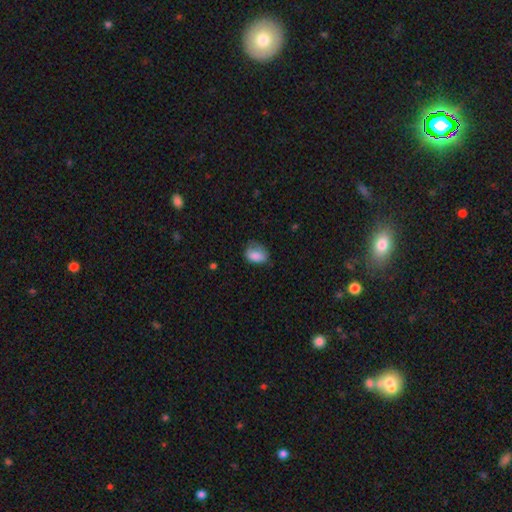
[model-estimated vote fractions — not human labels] Overall: smooth (82%). How rounded: in between (81%). Merging: none (48%; minor disturbance 35%).